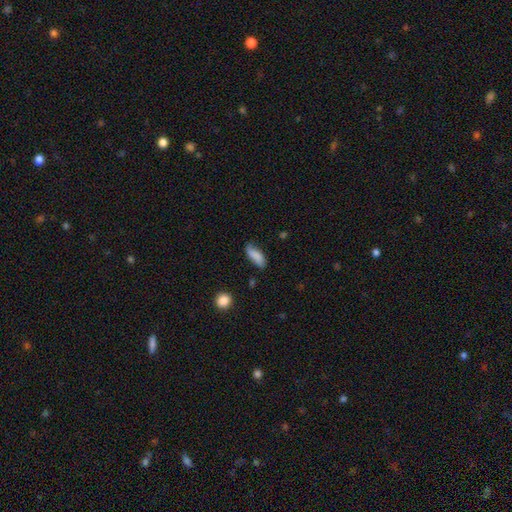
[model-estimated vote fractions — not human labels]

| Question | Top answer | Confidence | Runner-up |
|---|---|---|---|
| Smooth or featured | smooth | 80% | featured or disk (12%) |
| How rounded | in between | 69% | cigar-shaped (28%) |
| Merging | none | 65% | minor disturbance (26%) |